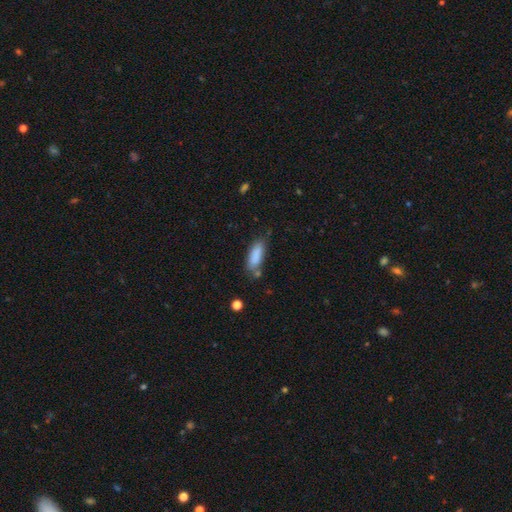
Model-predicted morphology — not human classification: smooth_or_featured: smooth (p=0.85) [alt: featured or disk p=0.08]
how_rounded: in between (p=0.66) [alt: cigar-shaped p=0.32]
merging: none (p=0.64) [alt: minor disturbance p=0.22]